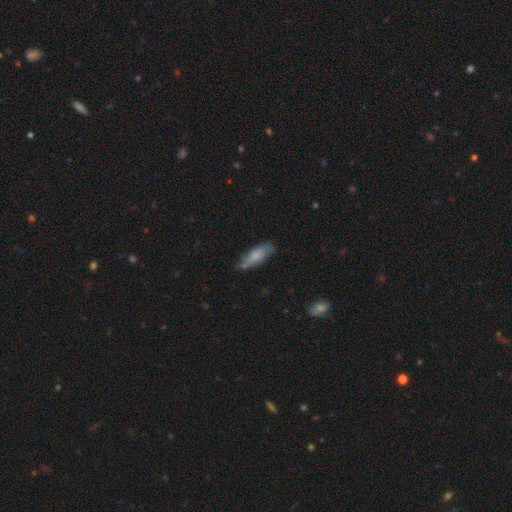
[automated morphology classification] A smooth galaxy with no disk features (69%) that is in between round and cigar-shaped (59%).

Vote fractions:
- Smooth or featured? smooth: 69% / featured or disk: 24% / star or artifact: 7%
- How rounded? in between: 59% / cigar-shaped: 39% / round: 2%
- Merging? none: 62% / minor disturbance: 28% / major disturbance: 6% / merger: 4%